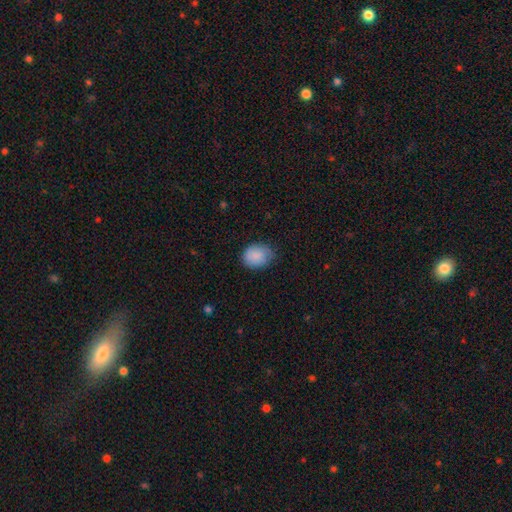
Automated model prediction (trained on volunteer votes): Smooth or featured: smooth — 87% (star or artifact — 6%)
How rounded: in between — 64% (round — 36%)
Merging: none — 74% (minor disturbance — 21%)